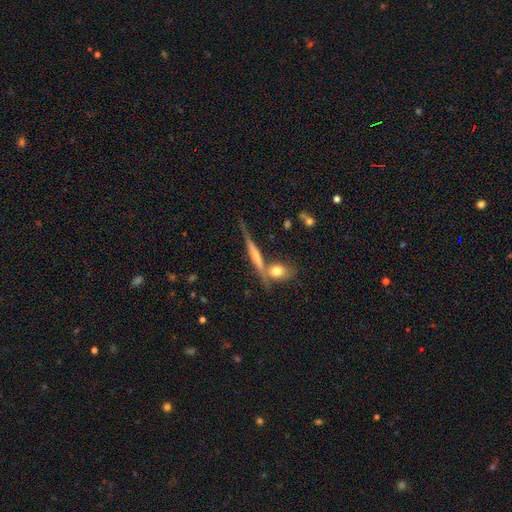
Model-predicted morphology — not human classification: type=featured or disk (57%); edge-on=yes (92%); edge-on bulge=rounded (49%); merging=none (59%).